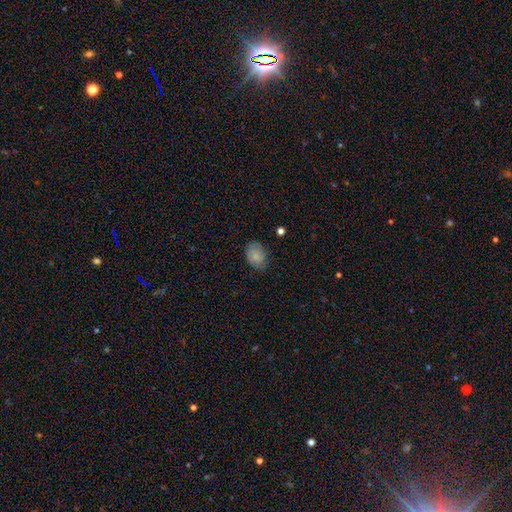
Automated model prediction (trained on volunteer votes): Smooth or featured: smooth — 76% (featured or disk — 15%)
How rounded: in between — 71% (round — 28%)
Merging: none — 77% (minor disturbance — 18%)